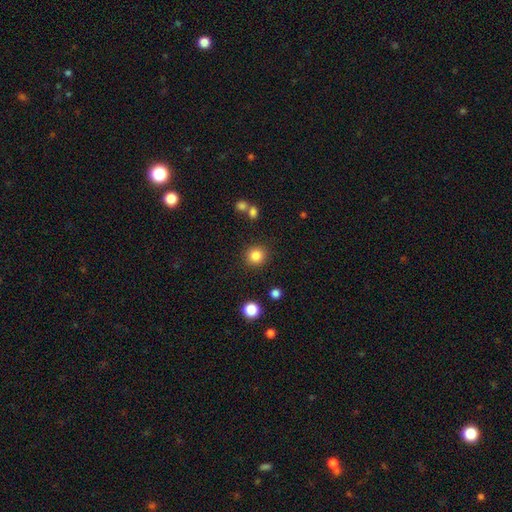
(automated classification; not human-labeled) Smooth or featured?
  - smooth: 85% *
  - star or artifact: 11%
  - featured or disk: 5%
How rounded?
  - round: 92% *
  - in between: 7%
  - cigar-shaped: 1%
Merging?
  - none: 89% *
  - minor disturbance: 6%
  - merger: 3%
  - major disturbance: 3%